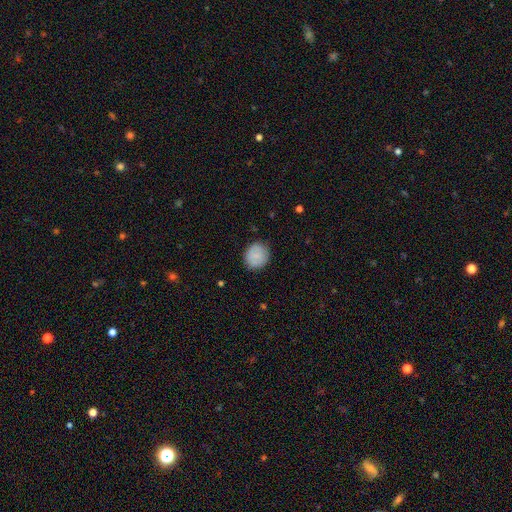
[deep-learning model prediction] smooth 81%, featured or disk 12%, star or artifact 7%. Down the decision tree: how rounded — round (79%); merging — none (84%).